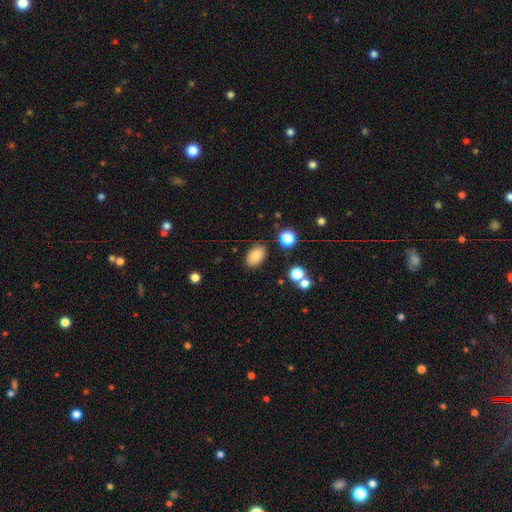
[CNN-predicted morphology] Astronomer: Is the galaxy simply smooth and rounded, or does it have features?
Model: smooth — 85%.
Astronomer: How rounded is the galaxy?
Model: in between — 86%.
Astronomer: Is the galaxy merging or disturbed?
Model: none — 84%.